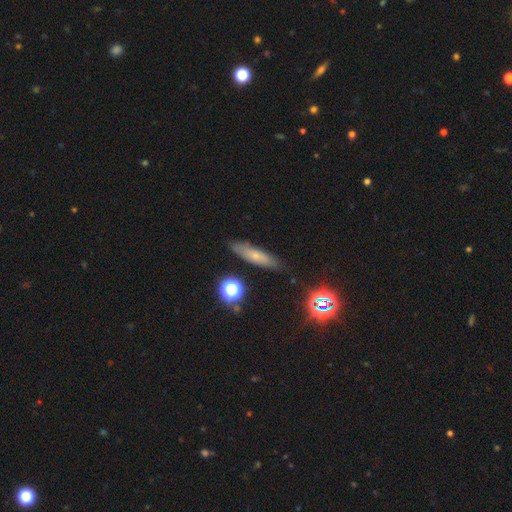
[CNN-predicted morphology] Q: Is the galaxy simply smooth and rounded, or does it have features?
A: smooth — 59%.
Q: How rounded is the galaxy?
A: cigar-shaped — 66%.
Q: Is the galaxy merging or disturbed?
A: none — 82%.